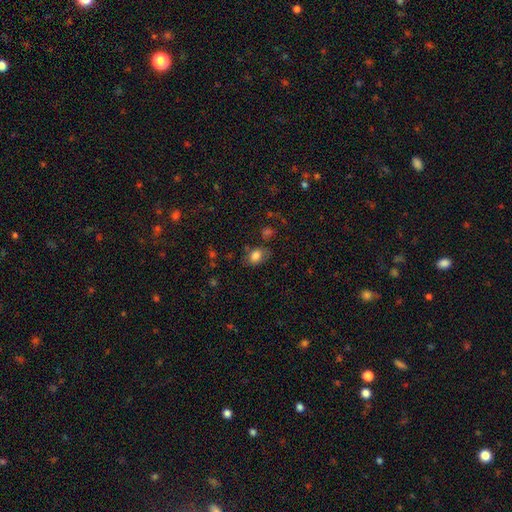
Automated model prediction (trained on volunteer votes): Smooth or featured? smooth (82%)
How rounded? in between (69%)
Merging? none (69%)